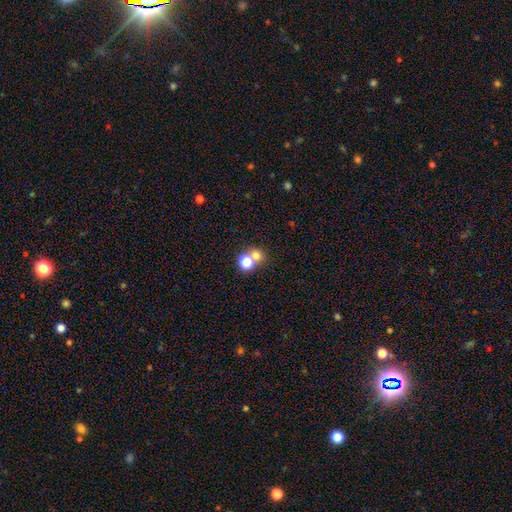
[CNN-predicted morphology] Q: Smooth or featured?
A: smooth (70%); runner-up: star or artifact (20%)
Q: How rounded?
A: round (75%); runner-up: in between (23%)
Q: Merging?
A: none (50%); runner-up: merger (41%)